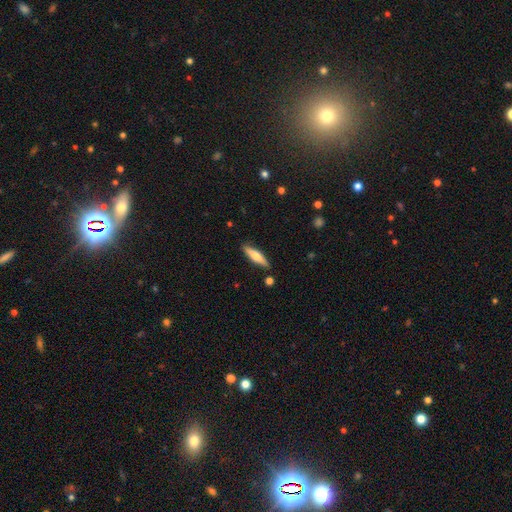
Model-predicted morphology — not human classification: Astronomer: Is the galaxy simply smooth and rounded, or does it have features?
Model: smooth — 57% (runner-up: featured or disk, 37%).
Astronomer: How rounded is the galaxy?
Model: cigar-shaped — 75%.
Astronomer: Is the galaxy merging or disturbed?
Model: none — 86%.